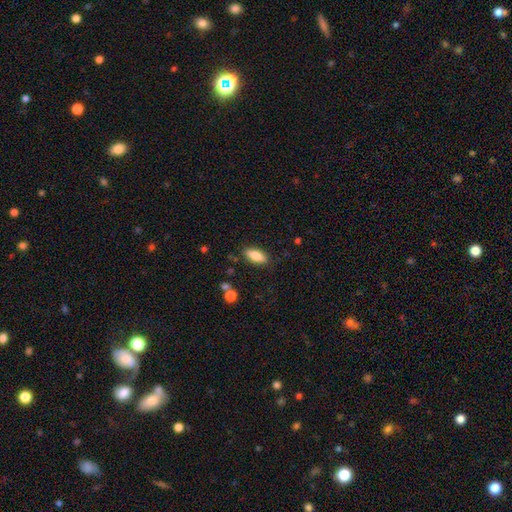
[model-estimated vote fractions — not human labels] Smooth or featured: smooth — 82% (featured or disk — 10%)
How rounded: in between — 78% (cigar-shaped — 20%)
Merging: none — 85% (minor disturbance — 11%)